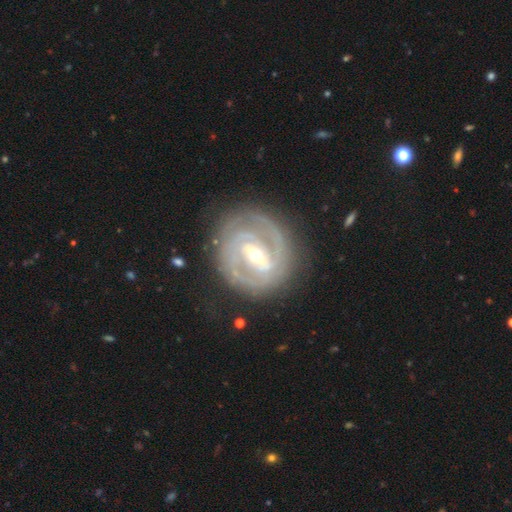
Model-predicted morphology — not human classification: A featured or disk galaxy (88%) with a strong bar (46%), 2 (47%) tight (73%) spiral arms (93%) and a moderate central bulge (64%).

Vote fractions:
- Smooth or featured? featured or disk: 88% / smooth: 7% / star or artifact: 4%
- Edge-on disk? no: 96% / yes: 4%
- Bar? strong: 46% / weak: 40% / no: 14%
- Spiral arms? yes: 93% / no: 7%
- Spiral winding? tight: 73% / medium: 22% / loose: 5%
- Spiral arm count? 2: 47% / can't tell: 21% / 3: 18% / 4: 5% / 1: 5% / more than 4: 4%
- Bulge size? moderate: 64% / small: 31% / large: 4% / dominant: 1% / none: 1%
- Merging? none: 79% / minor disturbance: 14% / major disturbance: 6% / merger: 1%